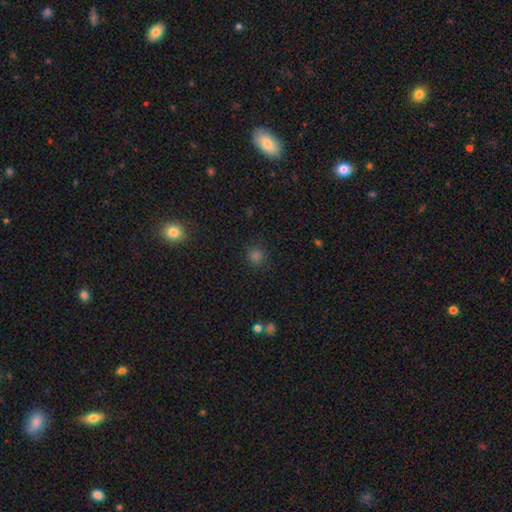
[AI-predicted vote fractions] smooth 71%, star or artifact 25%, featured or disk 4%. Down the decision tree: how rounded — round (88%); merging — none (87%).